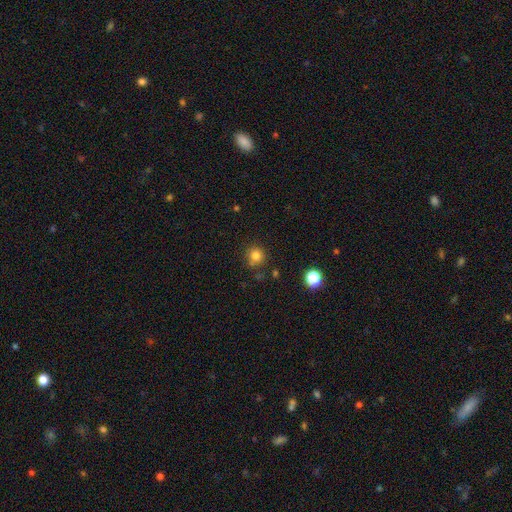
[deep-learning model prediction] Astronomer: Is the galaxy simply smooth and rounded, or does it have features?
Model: smooth — 80%.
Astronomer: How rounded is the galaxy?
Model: round — 92%.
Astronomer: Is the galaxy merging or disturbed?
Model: none — 79%.